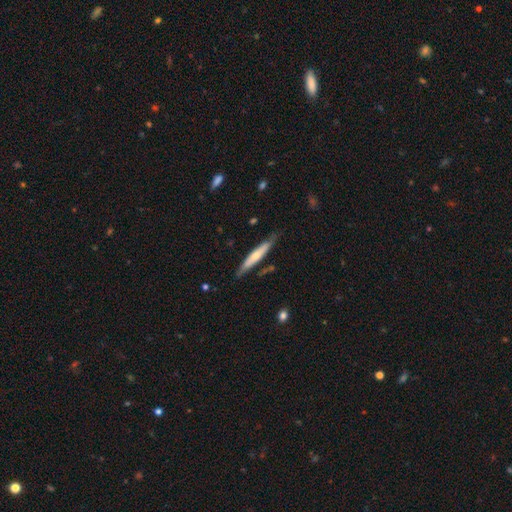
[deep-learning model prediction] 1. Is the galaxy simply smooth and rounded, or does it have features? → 53% smooth, 42% featured or disk, 5% star or artifact.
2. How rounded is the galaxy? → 91% cigar-shaped, 7% in between, 1% round.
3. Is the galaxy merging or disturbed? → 78% none, 17% minor disturbance, 3% major disturbance, 2% merger.